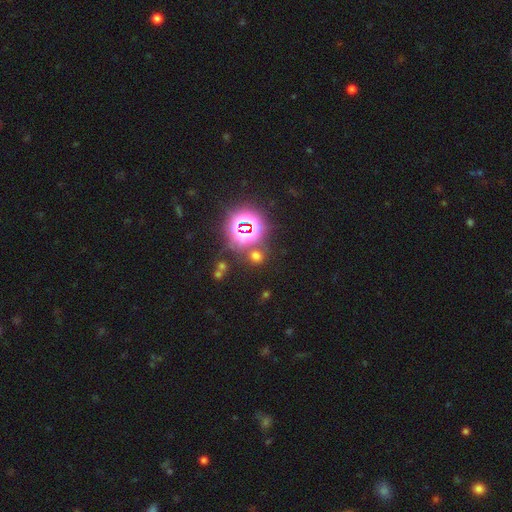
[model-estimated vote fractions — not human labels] smooth_or_featured: smooth (p=0.50) [alt: star or artifact p=0.43]
merging: none (p=0.76) [alt: merger p=0.11]